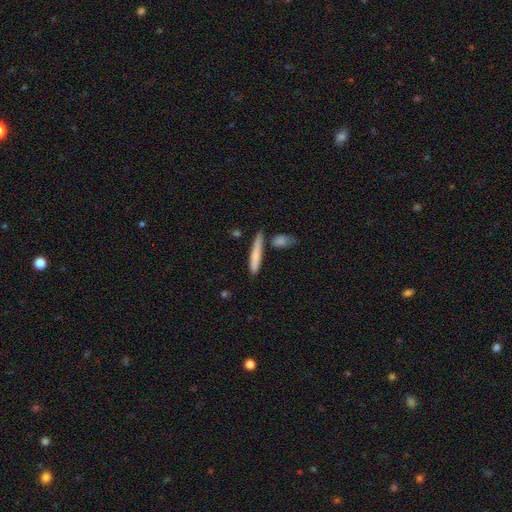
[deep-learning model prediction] Smooth or featured: smooth — 74% (featured or disk — 20%)
How rounded: cigar-shaped — 90% (in between — 8%)
Merging: none — 72% (minor disturbance — 14%)